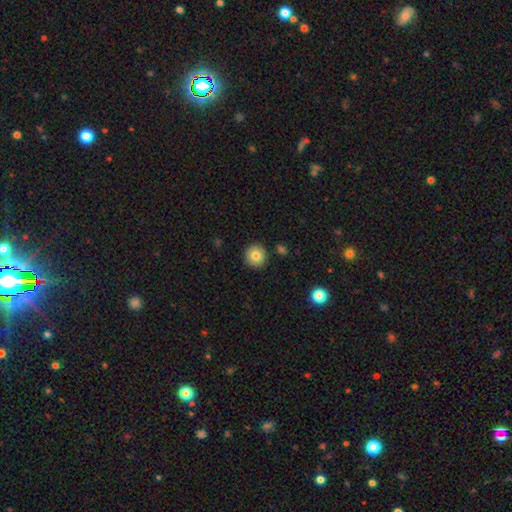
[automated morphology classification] Q: Smooth or featured?
A: smooth (81%); runner-up: featured or disk (10%)
Q: How rounded?
A: round (94%); runner-up: in between (5%)
Q: Merging?
A: none (90%); runner-up: minor disturbance (6%)